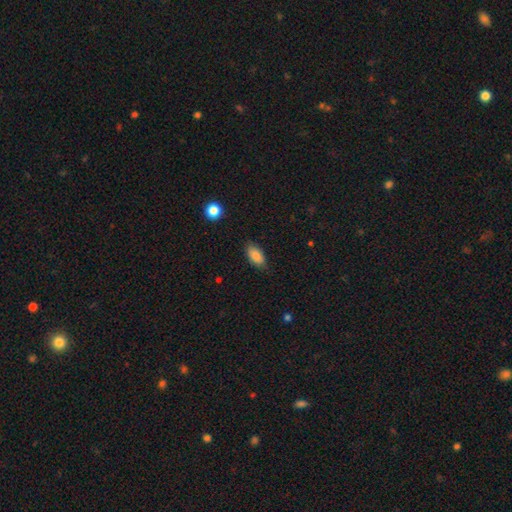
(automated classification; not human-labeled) Smooth or featured: smooth — 85% (featured or disk — 8%)
How rounded: in between — 92% (round — 4%)
Merging: none — 79% (minor disturbance — 16%)